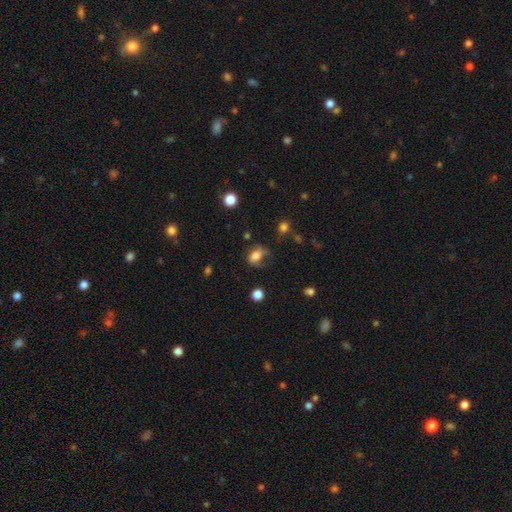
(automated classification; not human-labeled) A smooth galaxy with no disk features (73%) that is in between round and cigar-shaped (74%).

Vote fractions:
- Smooth or featured? smooth: 73% / featured or disk: 16% / star or artifact: 11%
- How rounded? in between: 74% / round: 24% / cigar-shaped: 2%
- Merging? none: 40% / minor disturbance: 30% / major disturbance: 26% / merger: 3%